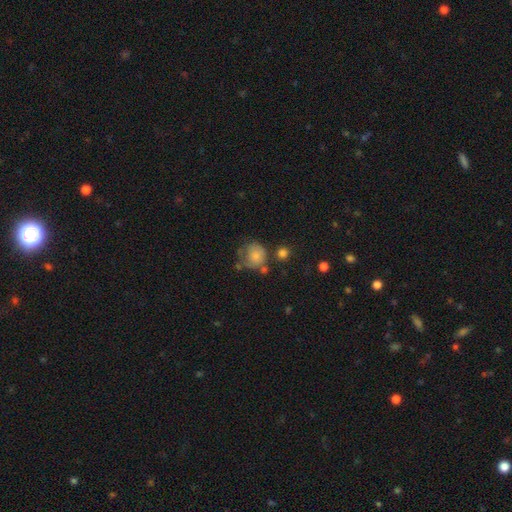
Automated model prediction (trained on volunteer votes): A smooth galaxy with no disk features (70%) that is round (78%).

Vote fractions:
- Smooth or featured? smooth: 70% / featured or disk: 21% / star or artifact: 9%
- How rounded? round: 78% / in between: 21% / cigar-shaped: 1%
- Merging? none: 43% / minor disturbance: 27% / major disturbance: 17% / merger: 13%